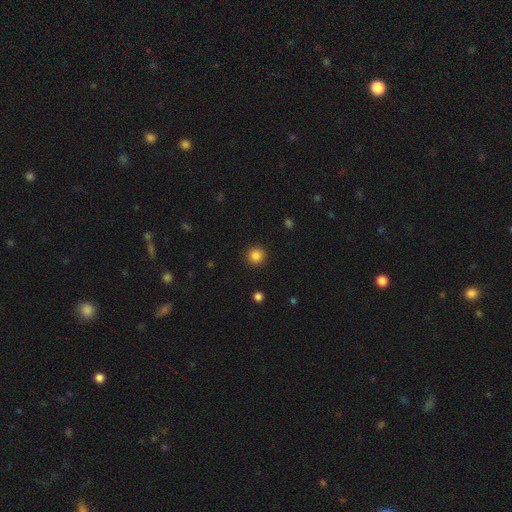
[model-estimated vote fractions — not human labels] Smooth or featured?
  - smooth: 86% *
  - star or artifact: 11%
  - featured or disk: 4%
How rounded?
  - round: 94% *
  - in between: 5%
  - cigar-shaped: 1%
Merging?
  - none: 92% *
  - minor disturbance: 5%
  - major disturbance: 2%
  - merger: 1%